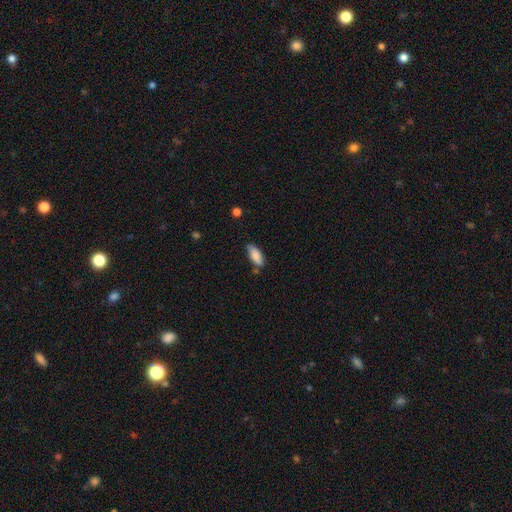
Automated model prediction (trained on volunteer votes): smooth-or-featured: smooth: 84% | featured or disk: 10% | star or artifact: 7%
  how-rounded: in between: 81% | cigar-shaped: 17% | round: 2%
  merging: none: 69% | minor disturbance: 22% | merger: 5% | major disturbance: 4%